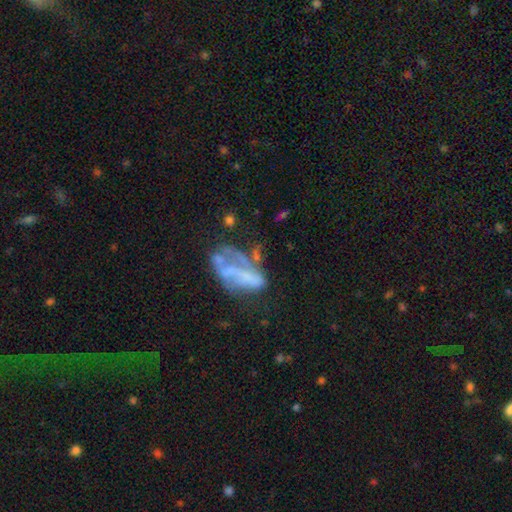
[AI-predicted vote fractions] Smooth or featured: featured or disk — 61% (smooth — 26%)
Edge-on disk: no — 95% (yes — 5%)
Bar: no — 67% (weak — 18%)
Spiral arms: no — 72% (yes — 28%)
Bulge size: none — 68% (small — 17%)
Merging: major disturbance — 37% (none — 26%)